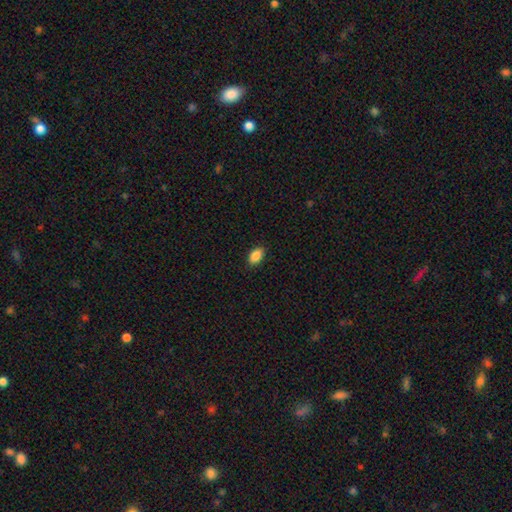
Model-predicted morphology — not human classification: smooth 87%, star or artifact 8%, featured or disk 5%. Down the decision tree: how rounded — in between (91%); merging — none (88%).